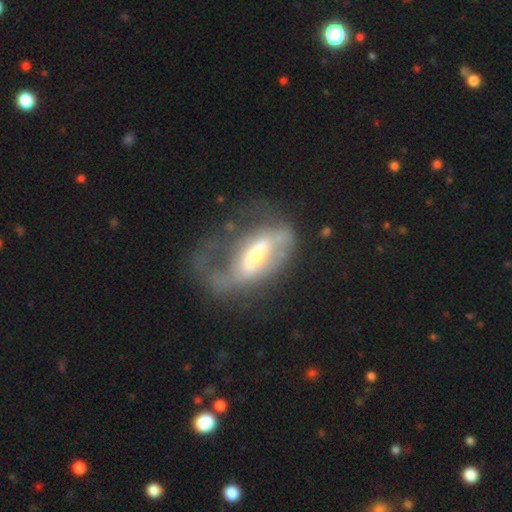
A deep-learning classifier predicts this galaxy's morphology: Smooth or featured?
  - featured or disk: 66% *
  - smooth: 27%
  - star or artifact: 7%
Edge-on disk?
  - no: 85% *
  - yes: 15%
Bar?
  - strong: 42% *
  - weak: 31%
  - no: 27%
Spiral arms?
  - yes: 51% *
  - no: 49%
Bulge size?
  - moderate: 50% *
  - small: 35%
  - large: 11%
  - none: 2%
  - dominant: 2%
Merging?
  - major disturbance: 52% *
  - none: 24%
  - minor disturbance: 19%
  - merger: 5%